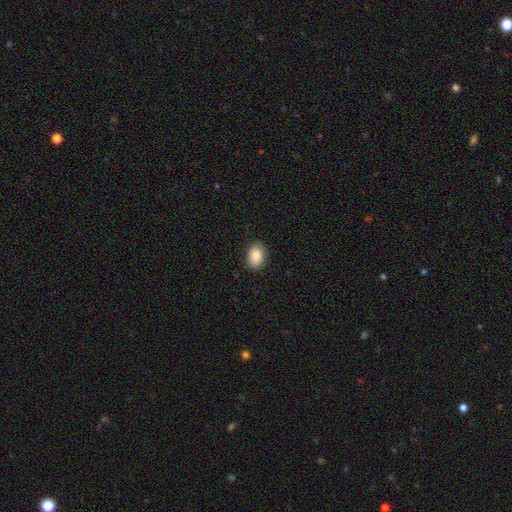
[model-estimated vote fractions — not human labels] The model was most divided on "how rounded": in between: 79%, round: 20%, cigar-shaped: 1%. More confident: smooth or featured — smooth (88%); merging — none (86%).